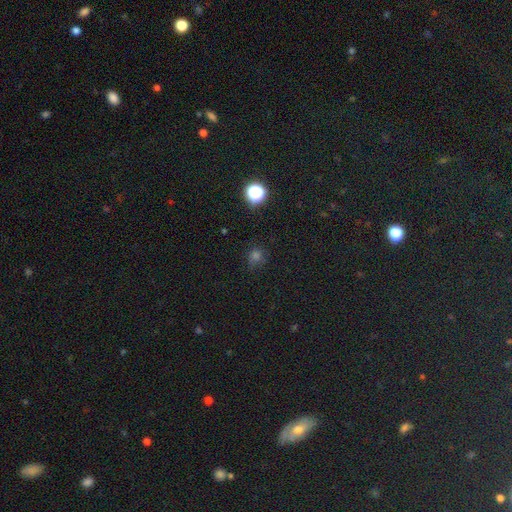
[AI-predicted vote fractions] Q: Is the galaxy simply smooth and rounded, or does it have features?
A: smooth — 66%.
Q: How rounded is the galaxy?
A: round — 88%.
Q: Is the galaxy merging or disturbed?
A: none — 82%.